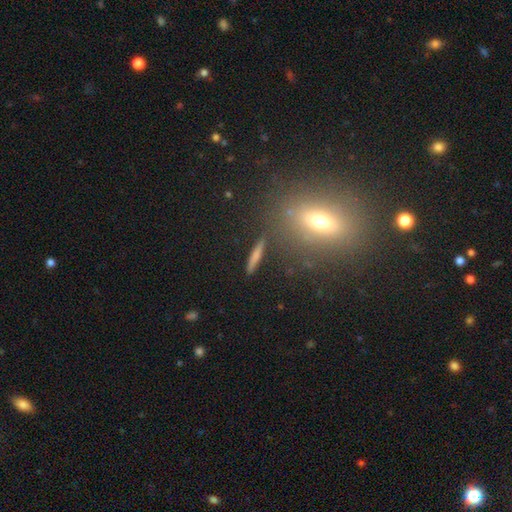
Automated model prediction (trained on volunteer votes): smooth 64%, featured or disk 26%, star or artifact 10%. Down the decision tree: how rounded — cigar-shaped (89%); merging — none (85%).